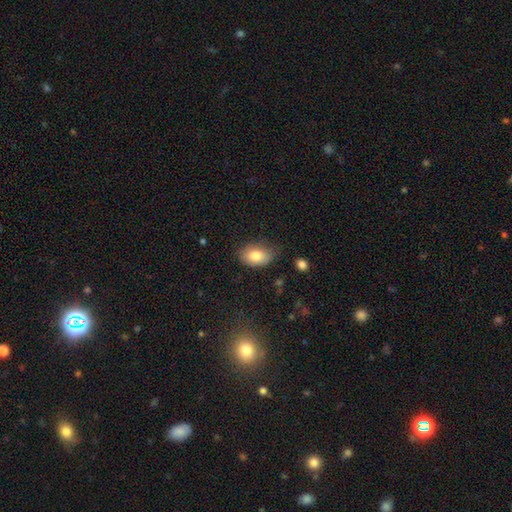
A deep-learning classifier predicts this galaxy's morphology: Overall: smooth (80%). How rounded: in between (83%). Merging: none (63%; minor disturbance 30%).